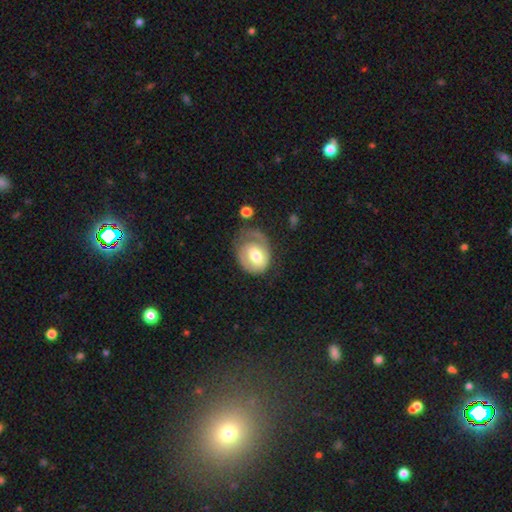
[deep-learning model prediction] Smooth or featured? featured or disk (52%)
Edge-on disk? no (96%)
Merging? none (39%)